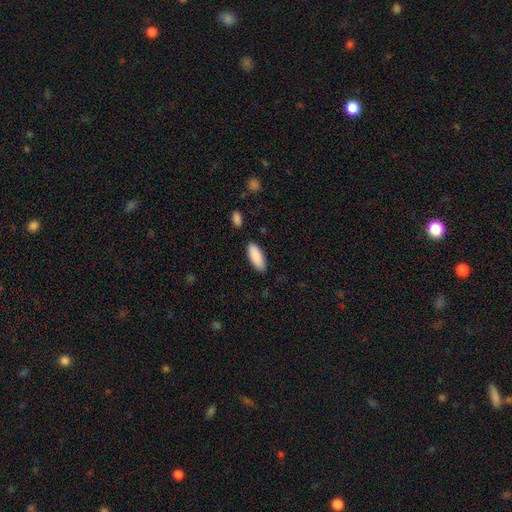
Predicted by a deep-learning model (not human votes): Smooth or featured: smooth — 90% (star or artifact — 5%)
How rounded: in between — 76% (cigar-shaped — 22%)
Merging: none — 86% (minor disturbance — 10%)